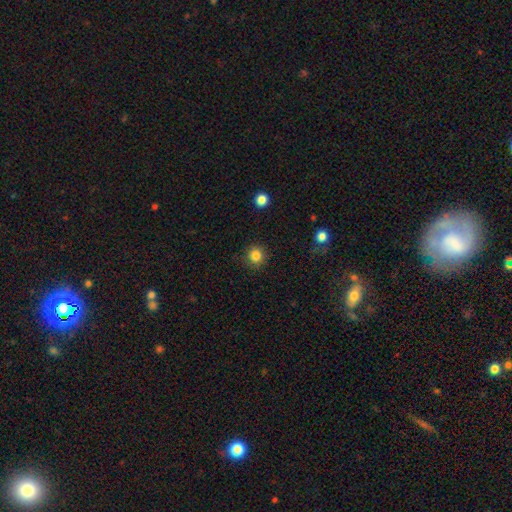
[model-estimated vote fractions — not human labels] Morphology: type=smooth (84%); roundness=round (92%); merging=none (89%).